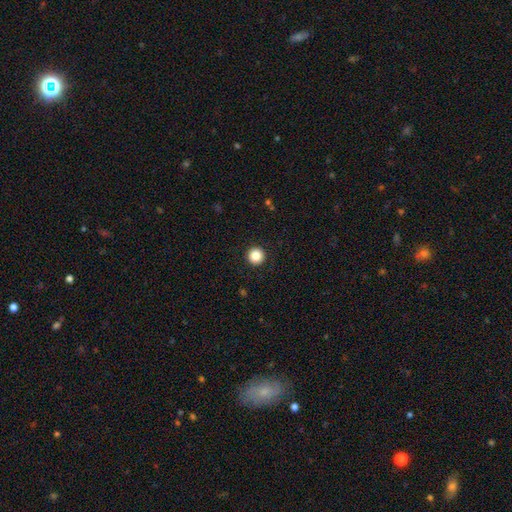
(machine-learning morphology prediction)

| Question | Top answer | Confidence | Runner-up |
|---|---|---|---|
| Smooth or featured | smooth | 85% | star or artifact (10%) |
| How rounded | round | 96% | in between (3%) |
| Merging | none | 93% | minor disturbance (4%) |